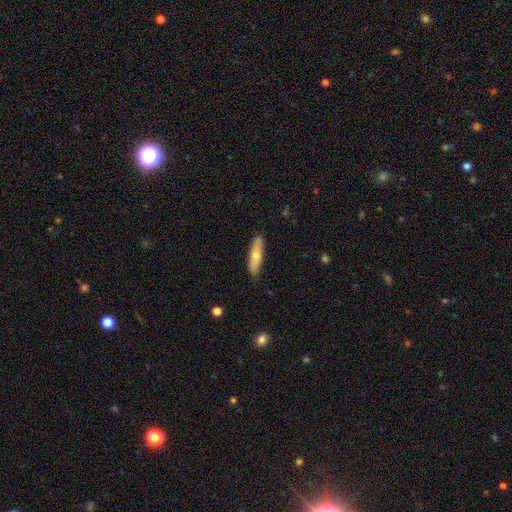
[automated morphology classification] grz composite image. It shows a smooth galaxy with no disk features (66%) that is cigar-shaped (68%). Merging: none (88%).